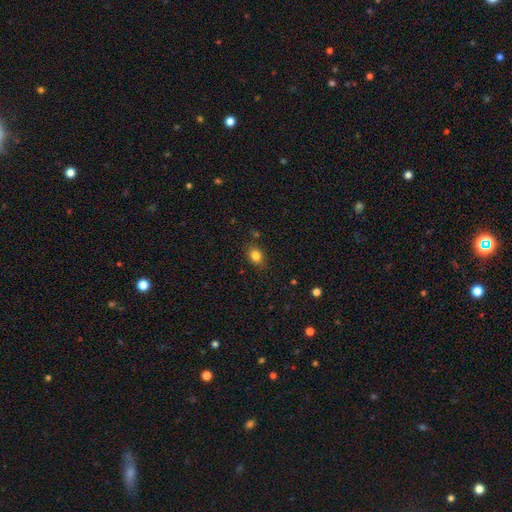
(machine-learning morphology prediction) type=smooth (83%); roundness=in between (62%); merging=none (83%).